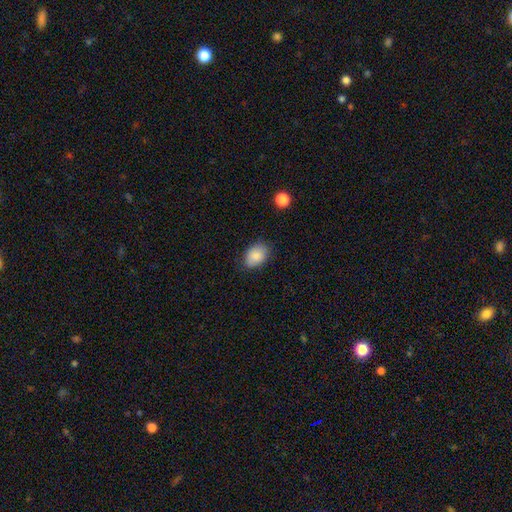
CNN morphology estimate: A smooth galaxy with no disk features (85%) that is in between round and cigar-shaped (79%).

Vote fractions:
- Smooth or featured? smooth: 85% / star or artifact: 8% / featured or disk: 7%
- How rounded? in between: 79% / round: 20% / cigar-shaped: 1%
- Merging? none: 80% / minor disturbance: 16% / major disturbance: 3% / merger: 1%